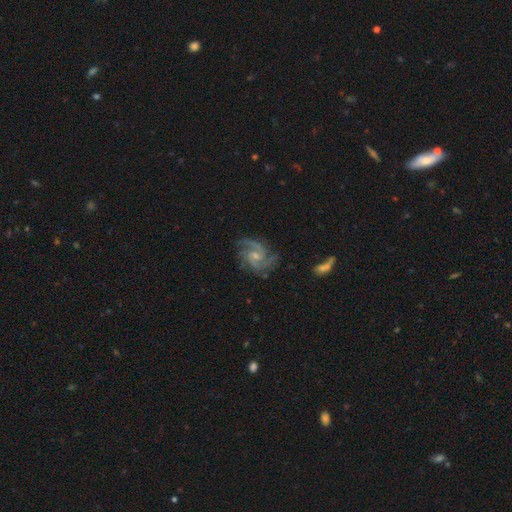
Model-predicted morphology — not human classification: This appears to be a featured or disk galaxy (91%) with no bar (52%), 3 (37%) medium (53%) spiral arms (98%) and a small central bulge (62%). Merging: none (72%).